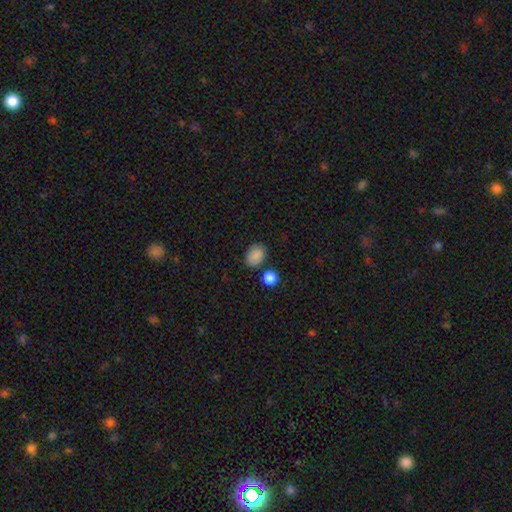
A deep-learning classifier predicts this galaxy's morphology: A smooth galaxy with no disk features (87%) that is in between round and cigar-shaped (75%).

Vote fractions:
- Smooth or featured? smooth: 87% / star or artifact: 9% / featured or disk: 4%
- How rounded? in between: 75% / round: 24% / cigar-shaped: 1%
- Merging? none: 77% / minor disturbance: 12% / merger: 7% / major disturbance: 3%